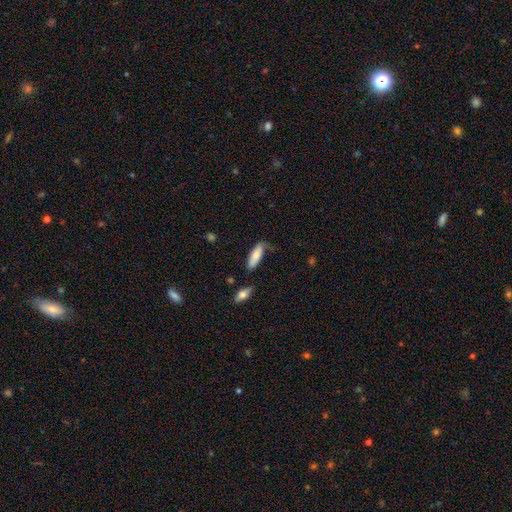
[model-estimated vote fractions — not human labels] A smooth galaxy with no disk features (80%) that is in between round and cigar-shaped (57%). Merging: none (56%).